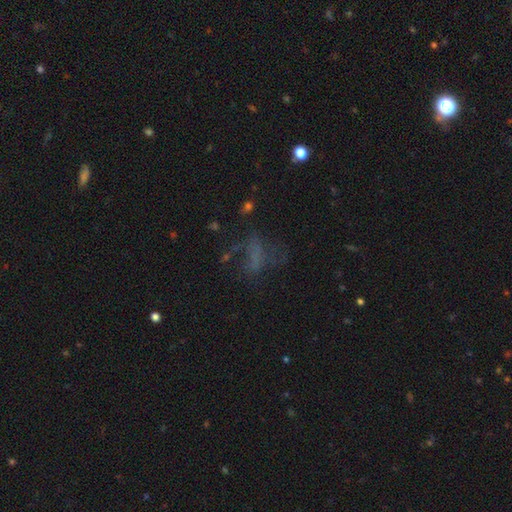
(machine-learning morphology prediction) This appears to be a smooth galaxy with no disk features (35%). Merging: none (41%).